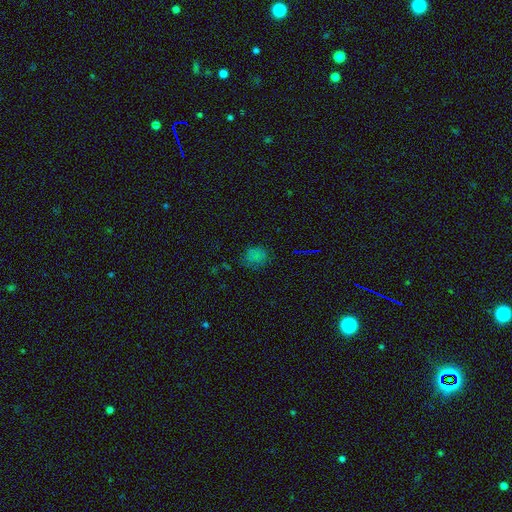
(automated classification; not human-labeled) A smooth galaxy with no disk features (65%) that is round (70%). Merging: none (68%).